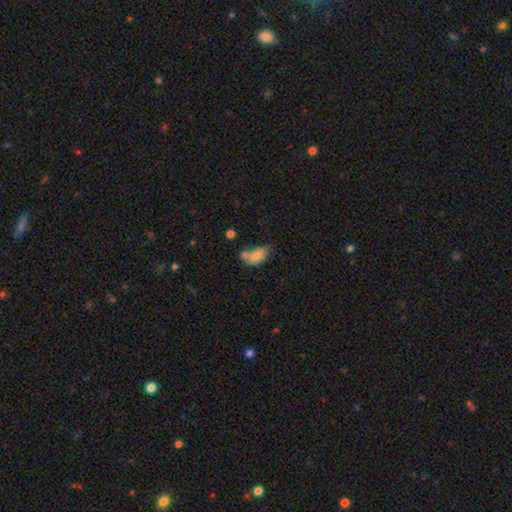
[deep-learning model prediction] Smooth or featured: smooth — 75% (featured or disk — 16%)
How rounded: in between — 89% (round — 8%)
Merging: none — 31% (tied with merger — 31%)